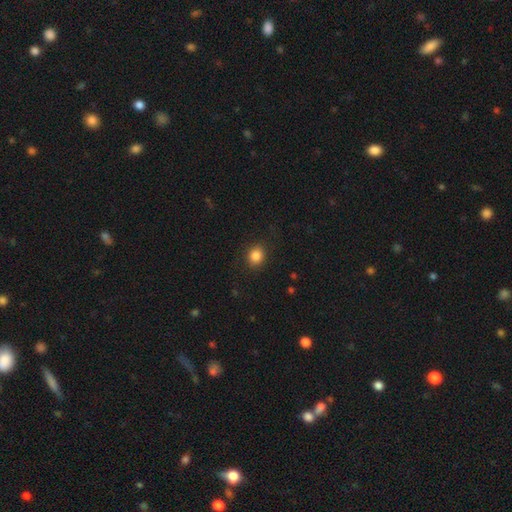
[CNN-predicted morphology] smooth-or-featured: smooth: 85% | star or artifact: 10% | featured or disk: 4%
  how-rounded: round: 69% | in between: 30% | cigar-shaped: 1%
  merging: none: 88% | minor disturbance: 9% | major disturbance: 3% | merger: 1%